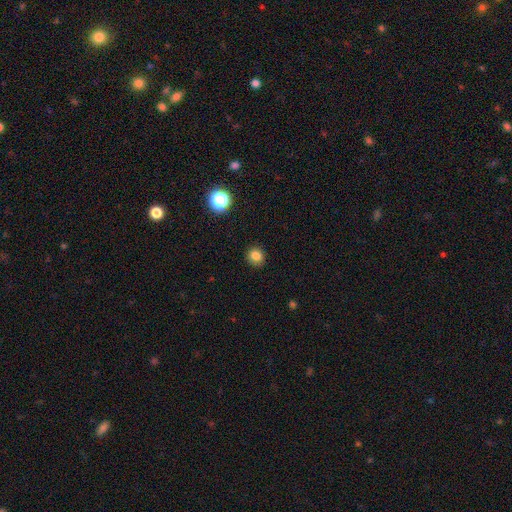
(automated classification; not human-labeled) Smooth or featured? smooth (82%)
How rounded? round (86%)
Merging? none (90%)